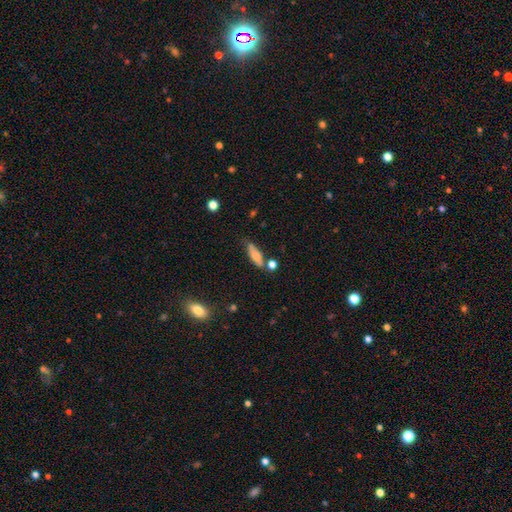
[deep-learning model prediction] A smooth galaxy with no disk features (70%) that is in between round and cigar-shaped (50%). Merging: none (58%).